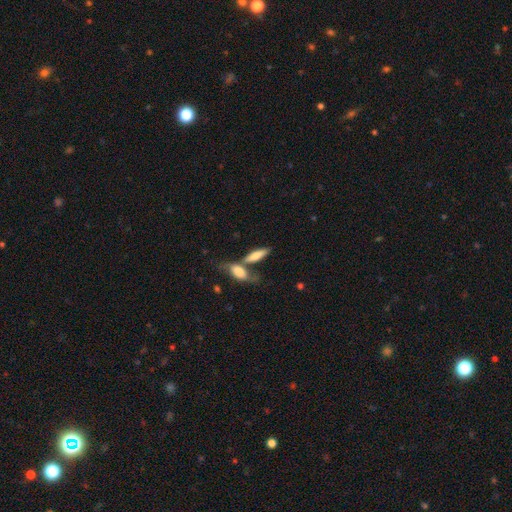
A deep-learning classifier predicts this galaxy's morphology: smooth-or-featured: smooth: 73% | featured or disk: 21% | star or artifact: 7%
  how-rounded: in between: 55% | cigar-shaped: 42% | round: 3%
  merging: merger: 42% | none: 41% | minor disturbance: 12% | major disturbance: 5%